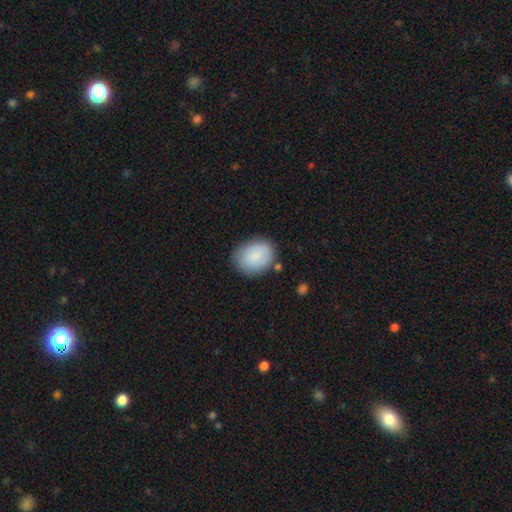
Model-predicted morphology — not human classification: smooth 83%, featured or disk 10%, star or artifact 6%. Down the decision tree: how rounded — in between (61%); merging — none (76%).